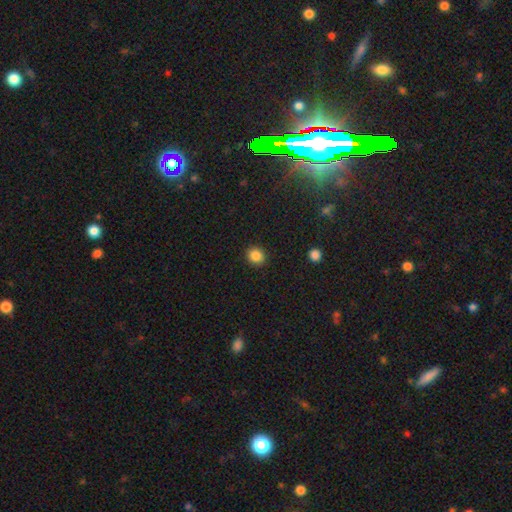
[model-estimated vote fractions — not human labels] A smooth galaxy with no disk features (85%) that is round (85%).

Vote fractions:
- Smooth or featured? smooth: 85% / star or artifact: 11% / featured or disk: 4%
- How rounded? round: 85% / in between: 14% / cigar-shaped: 1%
- Merging? none: 91% / minor disturbance: 6% / major disturbance: 2% / merger: 1%